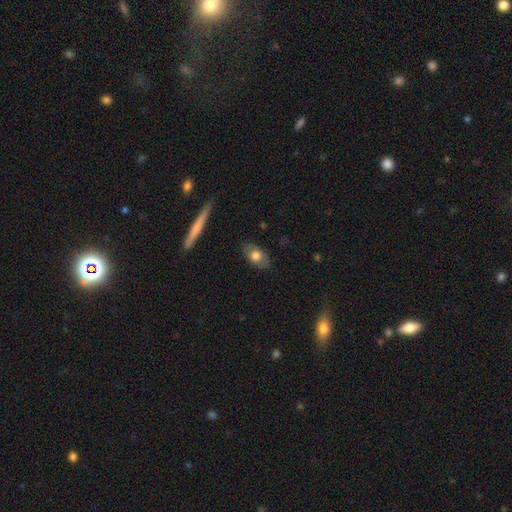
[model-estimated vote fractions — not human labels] Smooth or featured? smooth (64%)
How rounded? in between (87%)
Merging? none (83%)